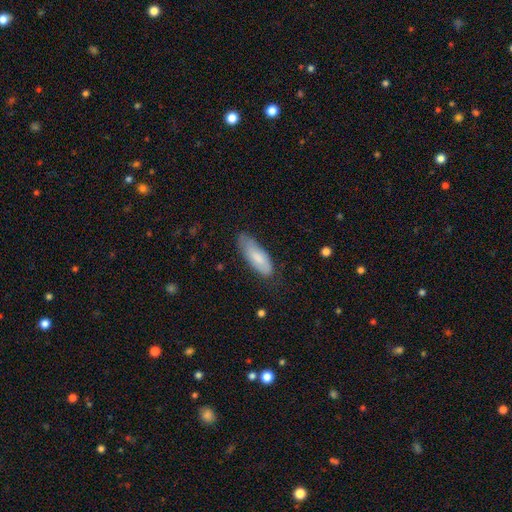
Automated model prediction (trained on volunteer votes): Overall: smooth (74%). How rounded: in between (64%; cigar-shaped 34%). Merging: none (70%).